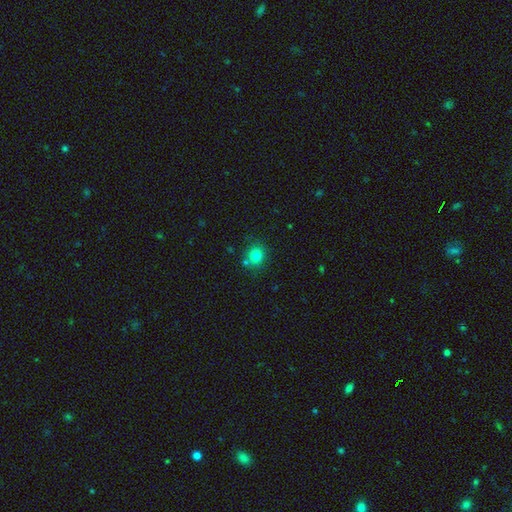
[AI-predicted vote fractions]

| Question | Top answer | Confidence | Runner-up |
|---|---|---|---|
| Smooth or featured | smooth | 81% | star or artifact (13%) |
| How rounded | round | 82% | in between (17%) |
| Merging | none | 75% | merger (11%) |